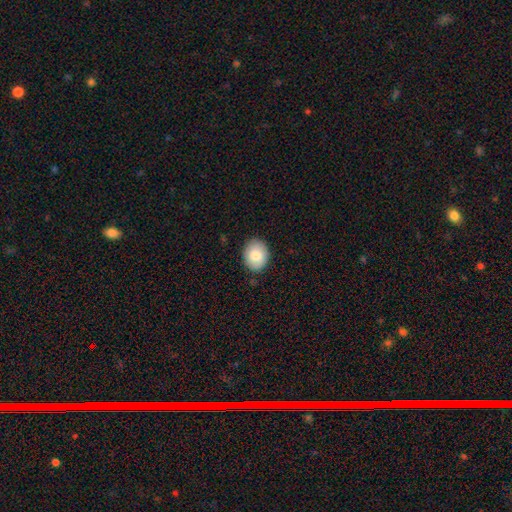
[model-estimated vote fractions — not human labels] This is clearly a smooth galaxy (82%). How rounded: possibly round (51%). Merging: clearly none (87%).